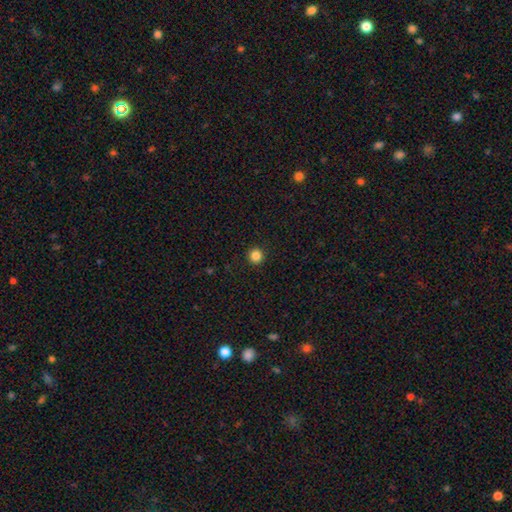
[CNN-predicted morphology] type=smooth (85%); roundness=round (95%); merging=none (93%).